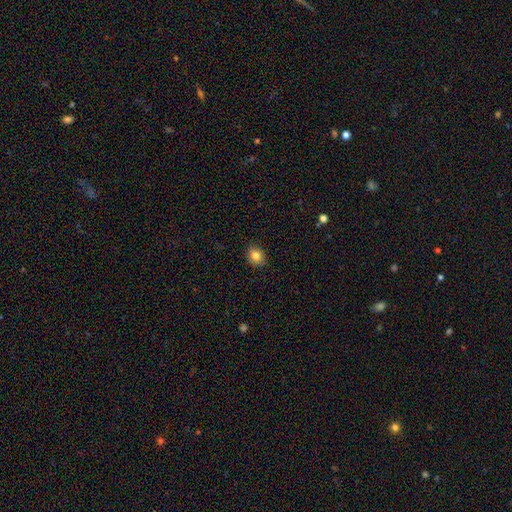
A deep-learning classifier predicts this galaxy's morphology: smooth_or_featured: smooth (p=0.83) [alt: star or artifact p=0.11]
how_rounded: round (p=0.64) [alt: in between p=0.35]
merging: none (p=0.89) [alt: minor disturbance p=0.09]